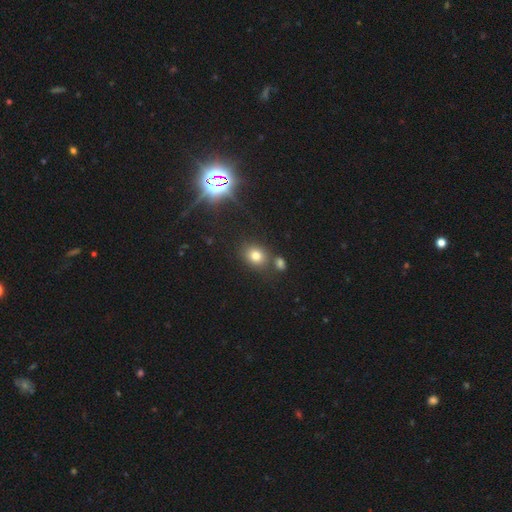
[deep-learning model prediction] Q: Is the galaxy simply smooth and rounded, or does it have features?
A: smooth — 74%.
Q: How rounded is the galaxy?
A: round — 56%.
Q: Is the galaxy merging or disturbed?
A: none — 72%.